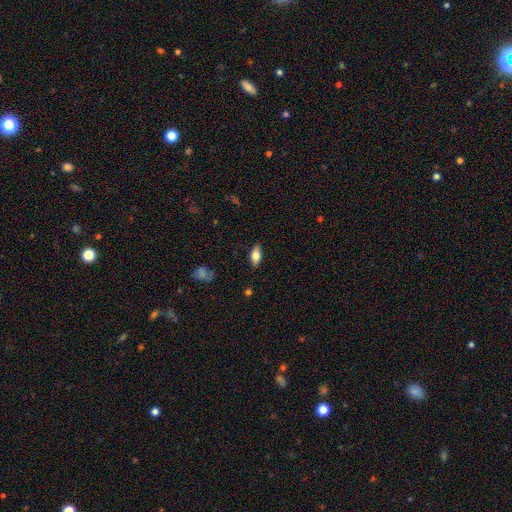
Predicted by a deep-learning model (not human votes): Q: Smooth or featured?
A: smooth (69%); runner-up: featured or disk (23%)
Q: How rounded?
A: in between (84%); runner-up: cigar-shaped (11%)
Q: Merging?
A: none (84%); runner-up: minor disturbance (12%)